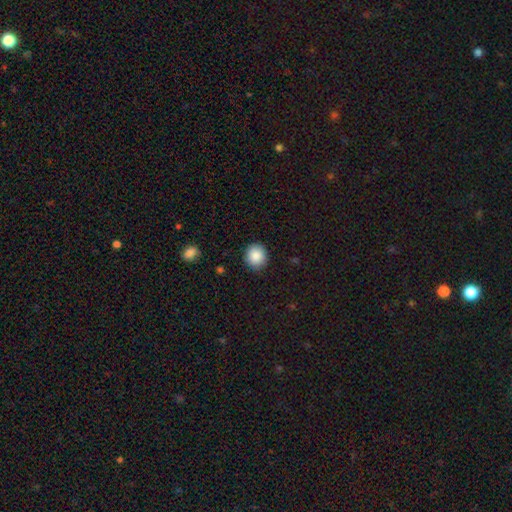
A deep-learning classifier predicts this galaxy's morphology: smooth-or-featured: smooth: 88% | star or artifact: 8% | featured or disk: 4%
  how-rounded: round: 85% | in between: 14% | cigar-shaped: 1%
  merging: none: 90% | minor disturbance: 7% | major disturbance: 2% | merger: 1%